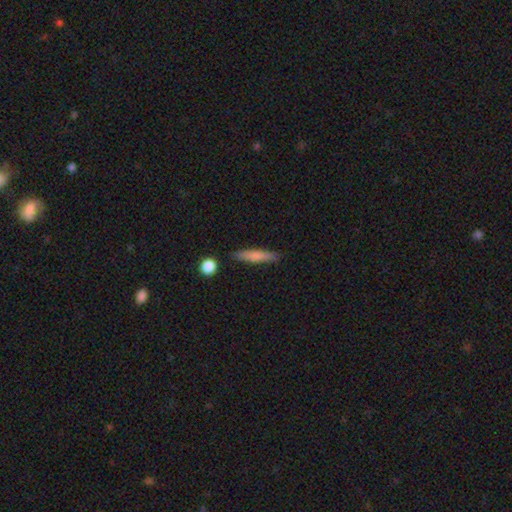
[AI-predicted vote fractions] Overall: smooth (74%). How rounded: cigar-shaped (87%). Merging: none (85%).